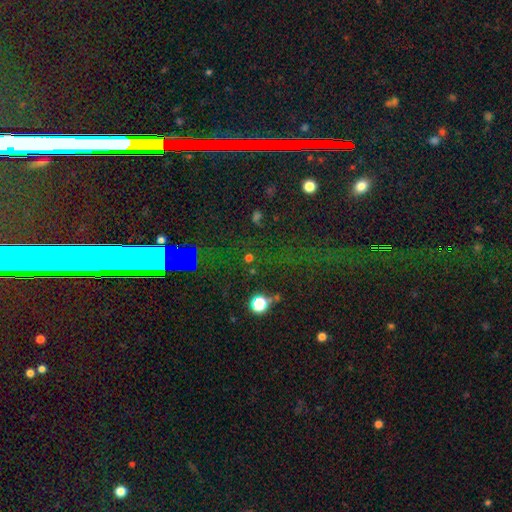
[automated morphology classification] This appears to be a star or artifact, not a galaxy (63%).